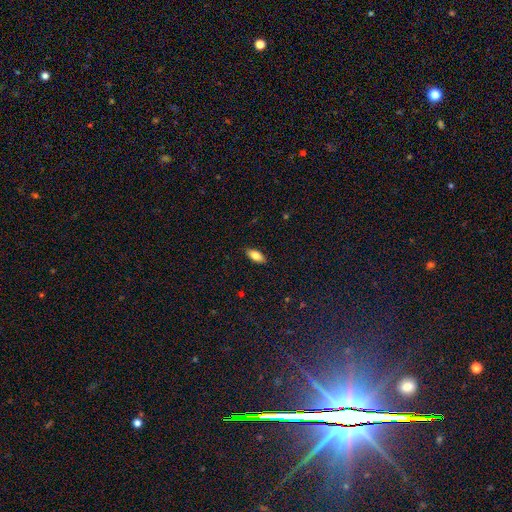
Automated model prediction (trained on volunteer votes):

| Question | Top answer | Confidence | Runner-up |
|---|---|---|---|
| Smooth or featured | smooth | 78% | featured or disk (14%) |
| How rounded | in between | 85% | cigar-shaped (13%) |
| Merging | none | 89% | minor disturbance (8%) |